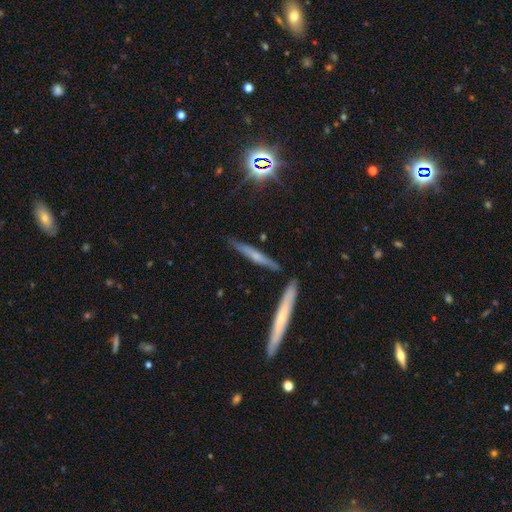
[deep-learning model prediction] The model was most divided on "smooth or featured": featured or disk: 46%, smooth: 44%, star or artifact: 10%. More confident: merging — none (79%).